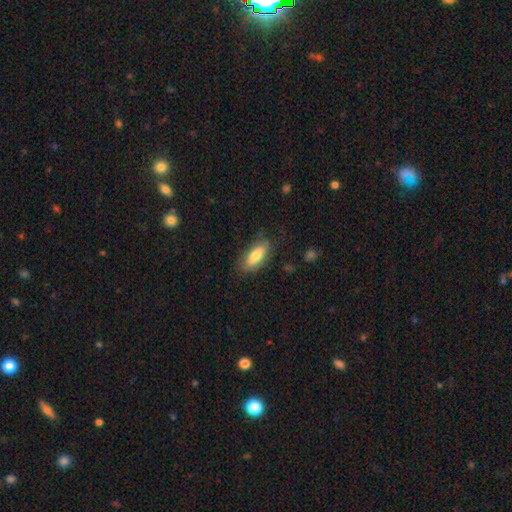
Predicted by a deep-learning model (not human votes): Smooth or featured: smooth — 73% (featured or disk — 21%)
How rounded: in between — 80% (cigar-shaped — 18%)
Merging: none — 78% (minor disturbance — 16%)